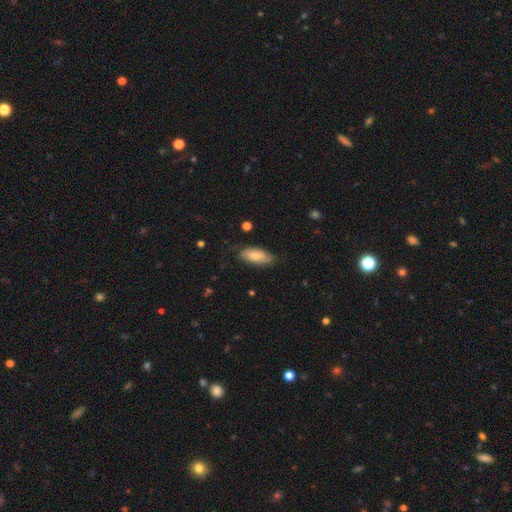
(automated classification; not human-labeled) Q: Smooth or featured?
A: smooth (67%); runner-up: featured or disk (27%)
Q: How rounded?
A: in between (83%); runner-up: cigar-shaped (15%)
Q: Merging?
A: none (70%); runner-up: minor disturbance (23%)